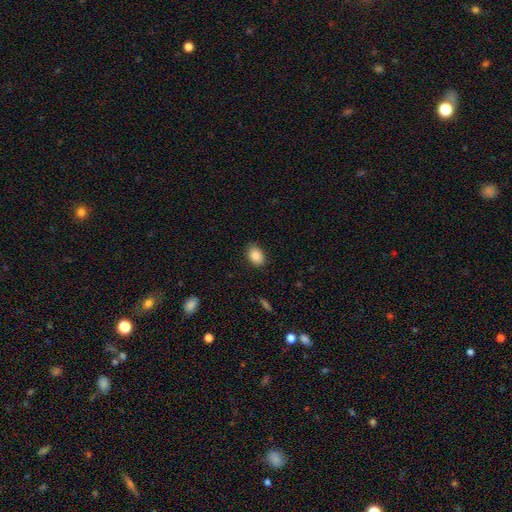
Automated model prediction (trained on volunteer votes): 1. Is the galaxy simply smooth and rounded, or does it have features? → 87% smooth, 8% star or artifact, 5% featured or disk.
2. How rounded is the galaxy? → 73% in between, 26% round, 1% cigar-shaped.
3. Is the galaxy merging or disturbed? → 82% none, 14% minor disturbance, 3% major disturbance, 1% merger.